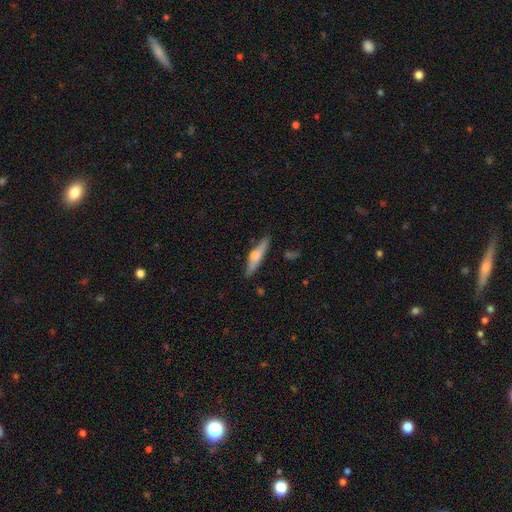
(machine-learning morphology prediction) Smooth or featured?
  - smooth: 52% *
  - featured or disk: 42%
  - star or artifact: 6%
How rounded?
  - cigar-shaped: 82% *
  - in between: 16%
  - round: 2%
Merging?
  - none: 79% *
  - minor disturbance: 15%
  - major disturbance: 3%
  - merger: 3%